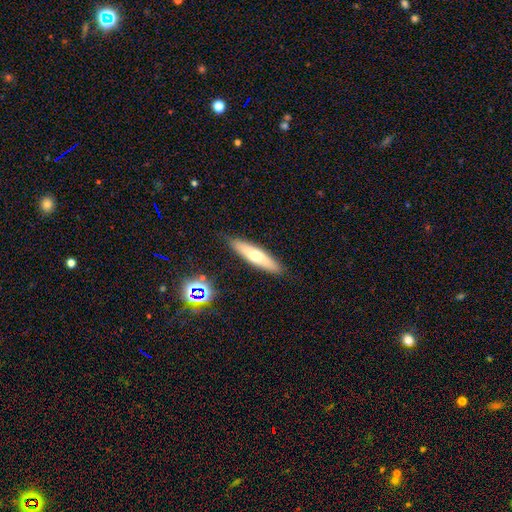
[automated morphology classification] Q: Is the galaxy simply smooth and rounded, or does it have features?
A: smooth — 55%.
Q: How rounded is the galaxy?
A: cigar-shaped — 79%.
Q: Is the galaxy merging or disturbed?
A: none — 87%.